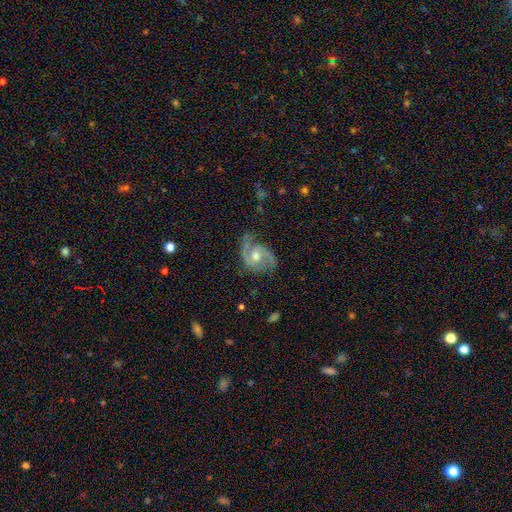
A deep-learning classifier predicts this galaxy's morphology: Smooth or featured? featured or disk (85%)
Edge-on disk? no (97%)
Bar? no (61%)
Spiral arms? yes (95%)
Spiral winding? medium (53%)
Spiral arm count? 2 (85%)
Bulge size? moderate (72%)
Merging? none (64%)